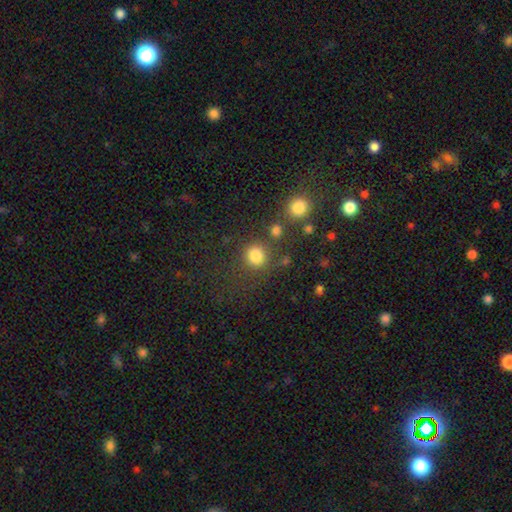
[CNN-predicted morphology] Smooth or featured: smooth — 81% (star or artifact — 13%)
How rounded: round — 87% (in between — 12%)
Merging: none — 72% (minor disturbance — 11%)